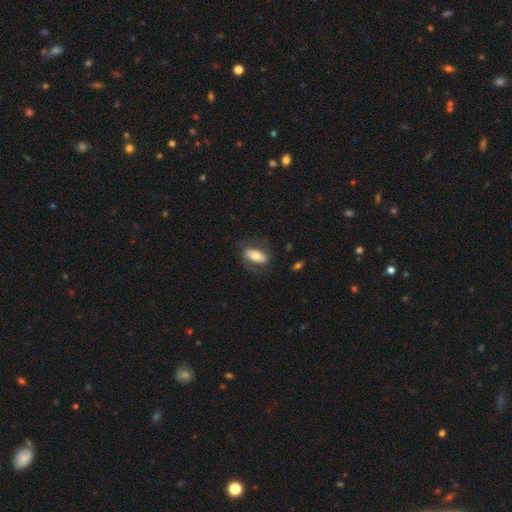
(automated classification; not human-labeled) Smooth or featured? Predicted: smooth (p=0.61). How rounded? Predicted: in between (p=0.86). Merging? Predicted: none (p=0.67).